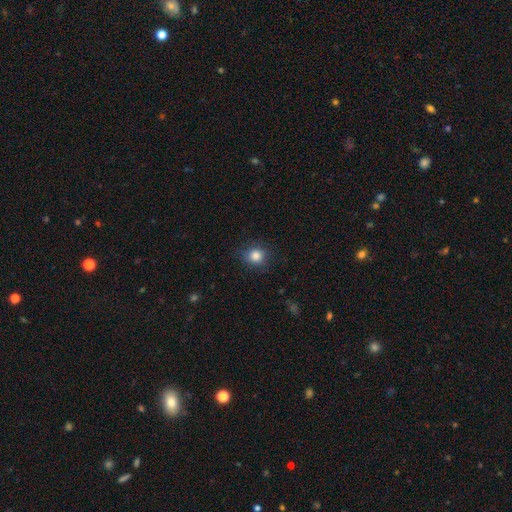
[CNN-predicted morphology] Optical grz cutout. It shows a smooth galaxy with no disk features (85%) that is round (82%). Merging: none (84%).